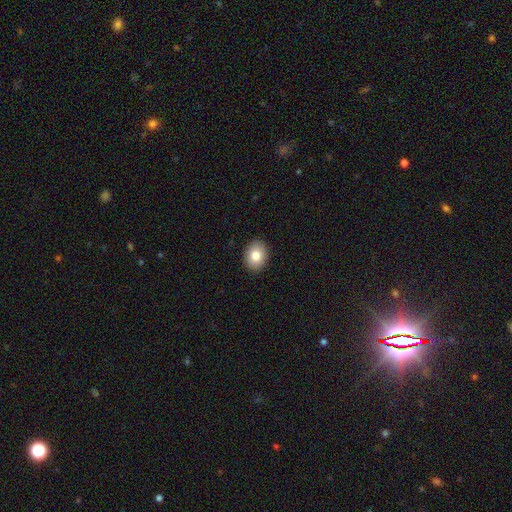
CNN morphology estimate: Smooth or featured? smooth (82%)
How rounded? in between (58%)
Merging? none (91%)